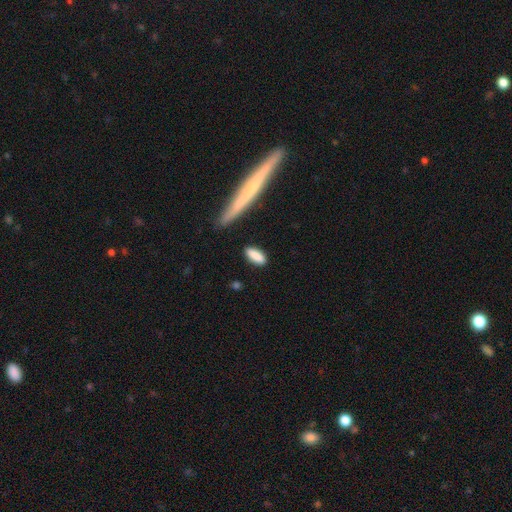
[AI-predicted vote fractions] smooth_or_featured: smooth (p=0.86) [alt: featured or disk p=0.08]
how_rounded: in between (p=0.65) [alt: cigar-shaped p=0.32]
merging: none (p=0.83) [alt: minor disturbance p=0.11]